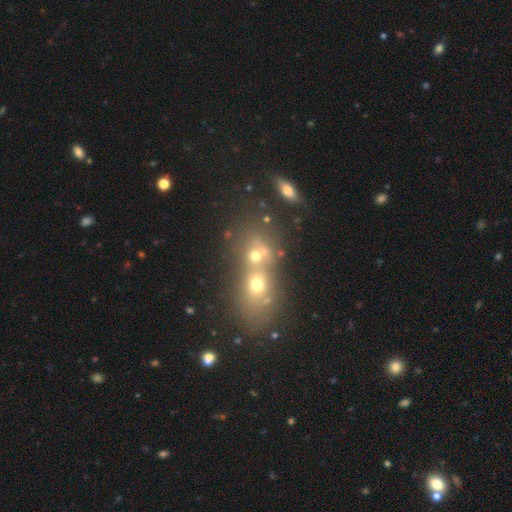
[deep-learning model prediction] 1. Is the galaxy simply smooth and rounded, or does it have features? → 61% smooth, 20% star or artifact, 19% featured or disk.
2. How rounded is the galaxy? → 60% round, 37% in between, 2% cigar-shaped.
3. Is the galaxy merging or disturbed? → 62% merger, 28% none, 6% minor disturbance, 4% major disturbance.